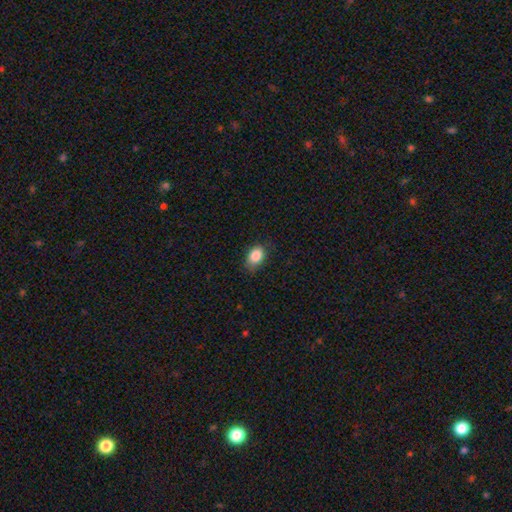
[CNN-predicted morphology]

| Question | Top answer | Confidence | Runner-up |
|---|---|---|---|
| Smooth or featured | smooth | 86% | star or artifact (8%) |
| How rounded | in between | 82% | round (16%) |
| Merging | none | 73% | minor disturbance (22%) |